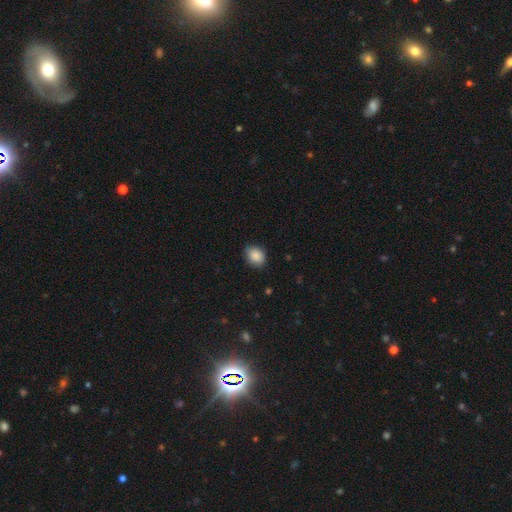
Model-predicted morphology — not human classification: type=smooth (88%); roundness=in between (65%); merging=none (82%).